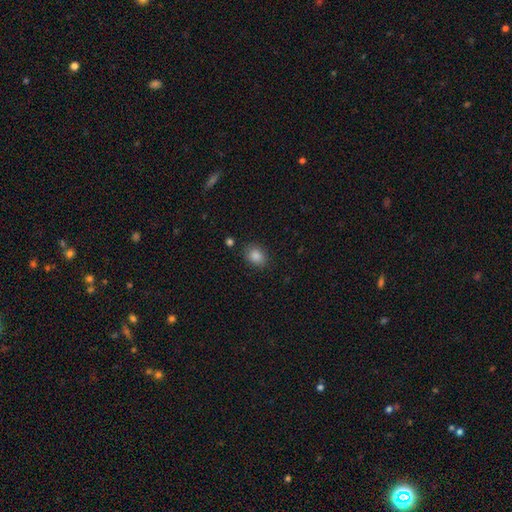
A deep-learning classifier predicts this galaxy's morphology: type=smooth (86%); roundness=in between (61%); merging=none (83%).